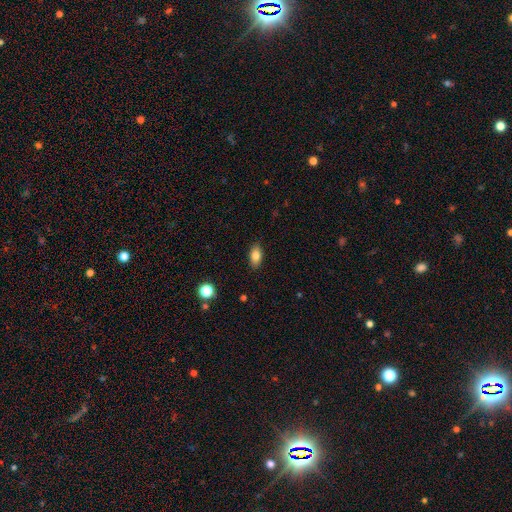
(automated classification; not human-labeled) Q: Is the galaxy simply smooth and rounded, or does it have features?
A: smooth — 82%.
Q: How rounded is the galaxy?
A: in between — 89%.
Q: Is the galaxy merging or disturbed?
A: none — 87%.